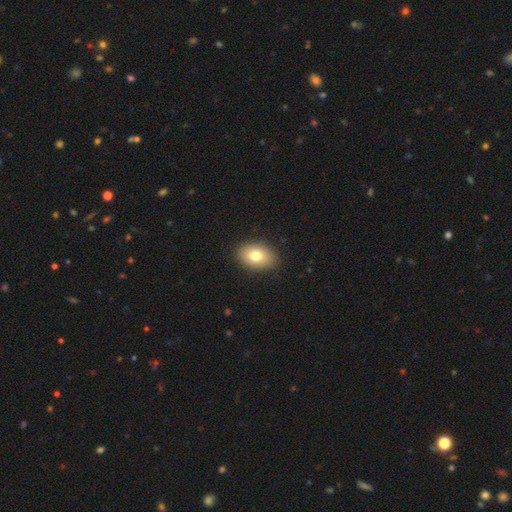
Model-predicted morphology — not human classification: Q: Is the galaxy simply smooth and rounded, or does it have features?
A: smooth — 78%.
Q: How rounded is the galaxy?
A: in between — 83%.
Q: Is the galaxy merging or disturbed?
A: none — 88%.